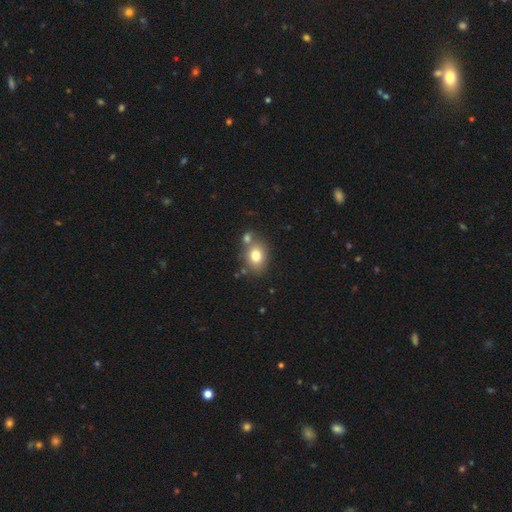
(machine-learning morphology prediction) type=smooth (77%); roundness=in between (55%); merging=none (60%).